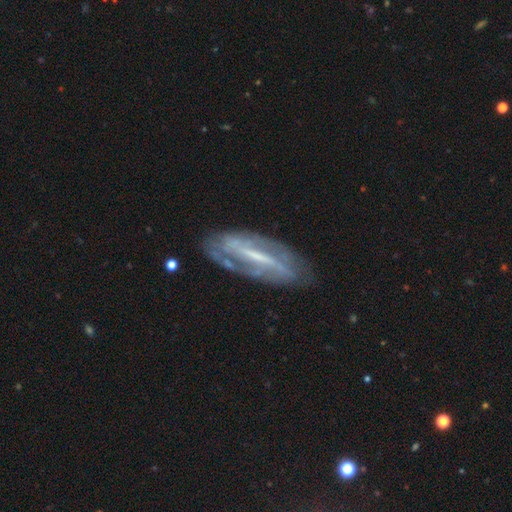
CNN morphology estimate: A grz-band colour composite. It shows a featured or disk galaxy (81%) with a strong bar (64%), 2 (67%) medium (40%) spiral arms (84%) and a small central bulge (48%). Merging: none (74%).